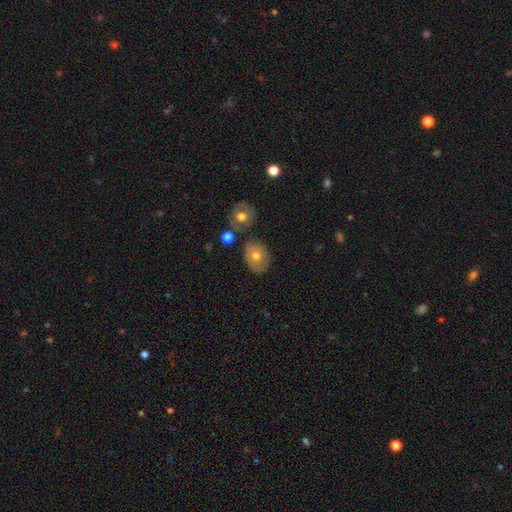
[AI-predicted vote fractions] smooth_or_featured: smooth (p=0.63) [alt: featured or disk p=0.28]
how_rounded: round (p=0.52) [alt: in between p=0.47]
merging: none (p=0.73) [alt: minor disturbance p=0.15]